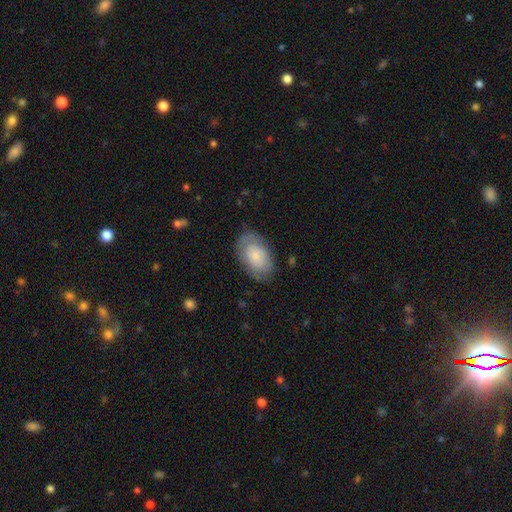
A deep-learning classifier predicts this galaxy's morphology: Q: Smooth or featured?
A: smooth (69%); runner-up: featured or disk (24%)
Q: How rounded?
A: in between (92%); runner-up: round (6%)
Q: Merging?
A: none (76%); runner-up: minor disturbance (17%)